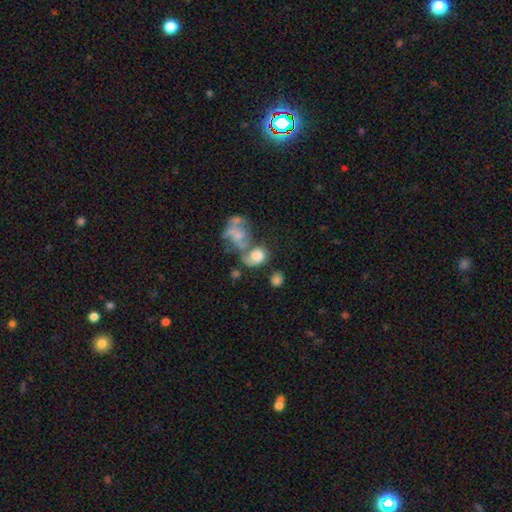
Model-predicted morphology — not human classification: smooth 58%, featured or disk 31%, star or artifact 11%. Down the decision tree: how rounded — in between (58%); merging — merger (50%).